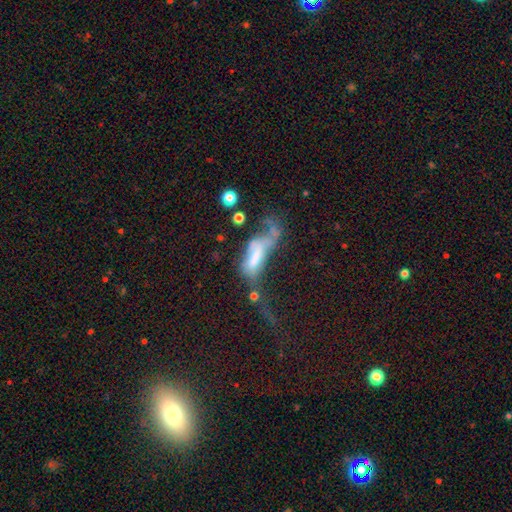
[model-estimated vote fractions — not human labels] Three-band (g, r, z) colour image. It shows a smooth galaxy with no disk features (49%). Merging: major disturbance (48%).